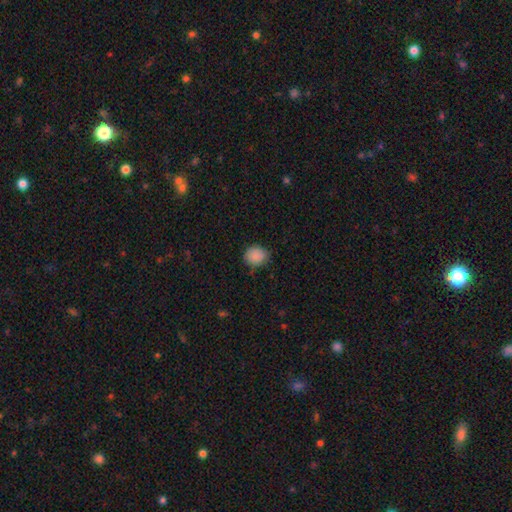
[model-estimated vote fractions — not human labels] A smooth galaxy with no disk features (88%) that is round (75%). Merging: none (77%).